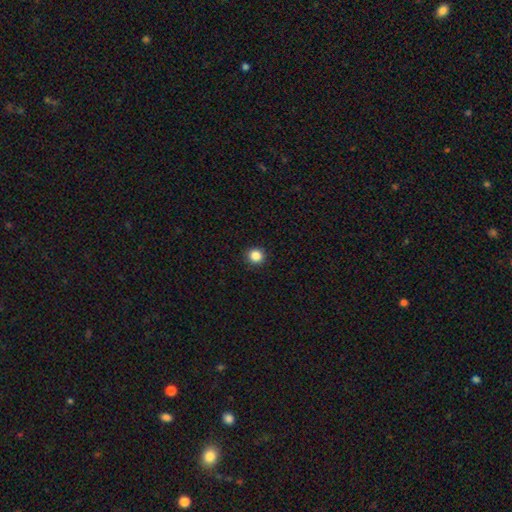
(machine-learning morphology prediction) A smooth galaxy with no disk features (86%) that is round (93%).

Vote fractions:
- Smooth or featured? smooth: 86% / star or artifact: 11% / featured or disk: 3%
- How rounded? round: 93% / in between: 6% / cigar-shaped: 1%
- Merging? none: 93% / minor disturbance: 5% / major disturbance: 2% / merger: 1%